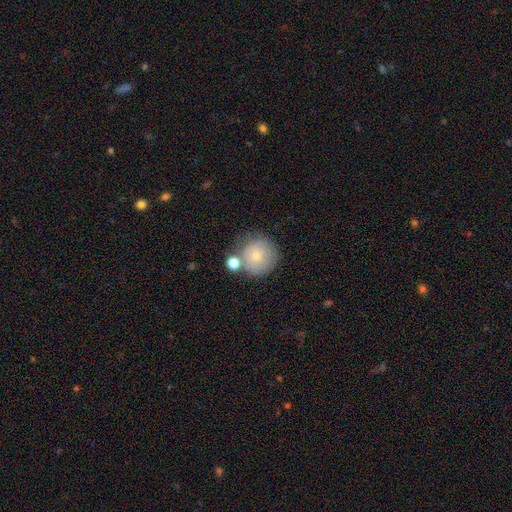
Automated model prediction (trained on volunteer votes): smooth_or_featured: smooth (p=0.73) [alt: featured or disk p=0.18]
how_rounded: round (p=0.94) [alt: in between p=0.05]
merging: none (p=0.64) [alt: minor disturbance p=0.16]